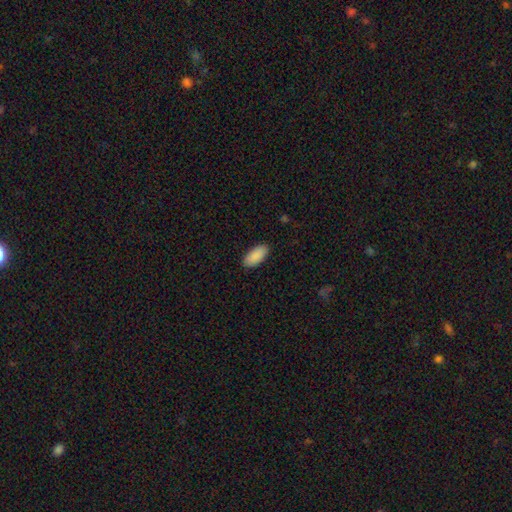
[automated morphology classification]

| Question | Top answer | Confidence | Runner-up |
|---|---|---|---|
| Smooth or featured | smooth | 91% | star or artifact (6%) |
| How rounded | in between | 92% | cigar-shaped (7%) |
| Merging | none | 89% | minor disturbance (8%) |